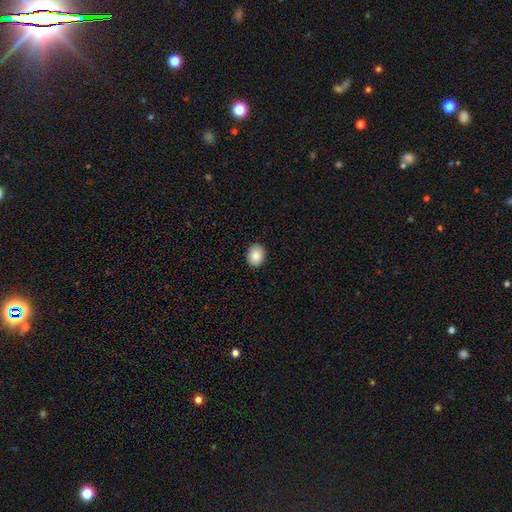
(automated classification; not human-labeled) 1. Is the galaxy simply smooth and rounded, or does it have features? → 84% smooth, 8% star or artifact, 8% featured or disk.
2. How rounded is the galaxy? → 54% round, 45% in between, 1% cigar-shaped.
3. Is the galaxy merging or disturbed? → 90% none, 7% minor disturbance, 2% major disturbance, 1% merger.